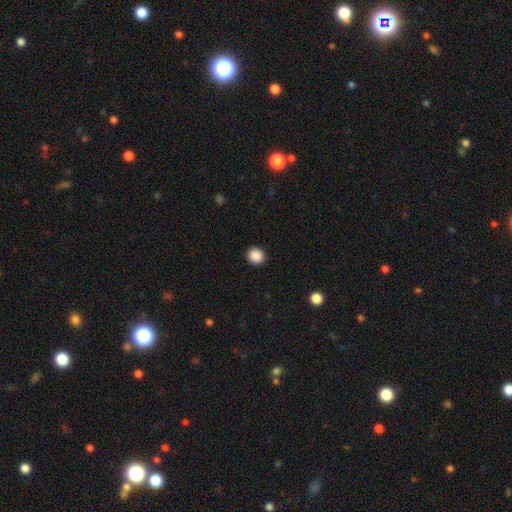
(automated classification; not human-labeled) Q: Smooth or featured?
A: smooth (89%); runner-up: star or artifact (9%)
Q: How rounded?
A: round (85%); runner-up: in between (14%)
Q: Merging?
A: none (92%); runner-up: minor disturbance (5%)